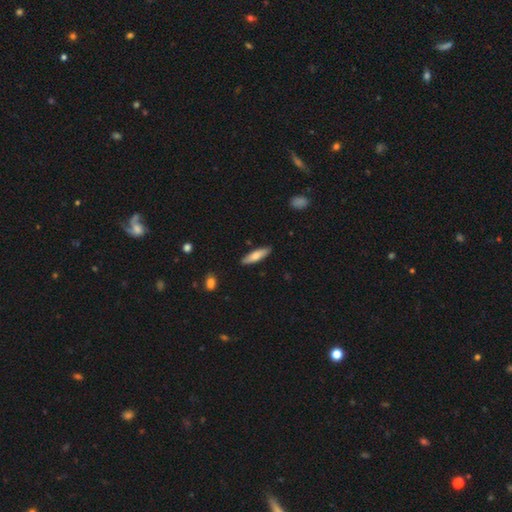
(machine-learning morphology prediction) Smooth or featured?
  - smooth: 74% *
  - featured or disk: 20%
  - star or artifact: 6%
How rounded?
  - cigar-shaped: 63% *
  - in between: 36%
  - round: 2%
Merging?
  - none: 87% *
  - minor disturbance: 10%
  - major disturbance: 2%
  - merger: 1%